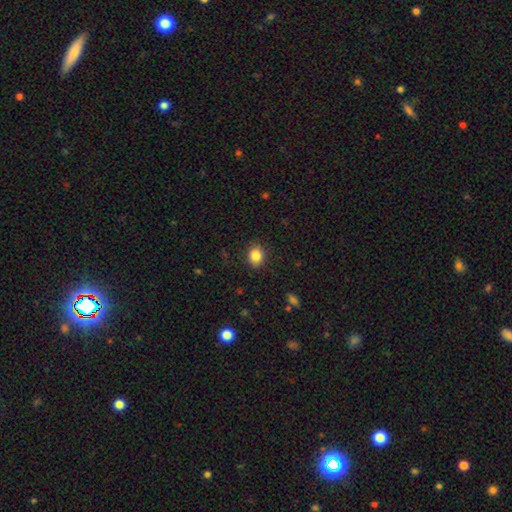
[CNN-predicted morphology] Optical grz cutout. It shows a smooth galaxy with no disk features (85%) that is round (58%). Merging: none (89%).